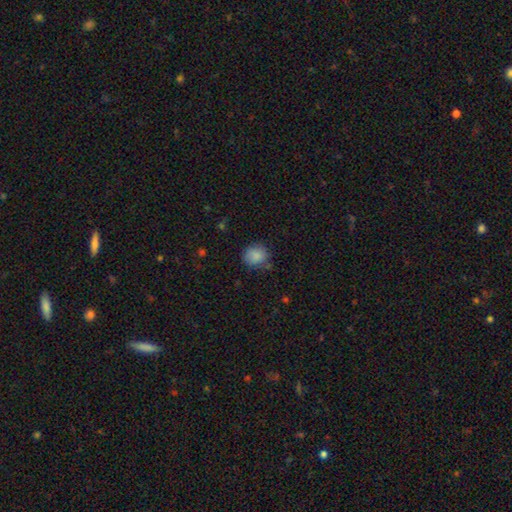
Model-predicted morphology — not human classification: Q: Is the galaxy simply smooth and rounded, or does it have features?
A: smooth — 86%.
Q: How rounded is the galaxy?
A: round — 82%.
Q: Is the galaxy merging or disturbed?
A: none — 73%.